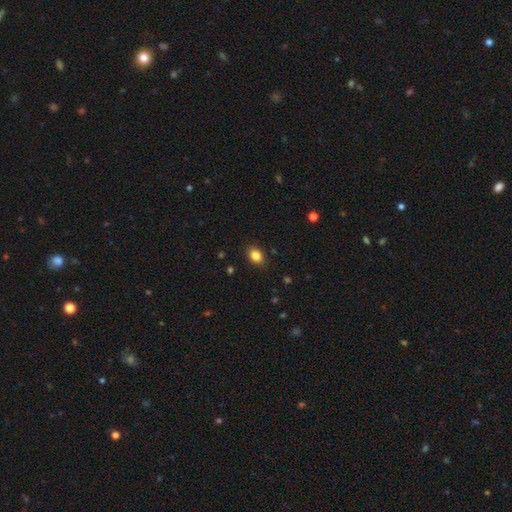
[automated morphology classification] Q: Smooth or featured?
A: smooth (85%); runner-up: star or artifact (10%)
Q: How rounded?
A: in between (70%); runner-up: round (28%)
Q: Merging?
A: none (87%); runner-up: minor disturbance (10%)